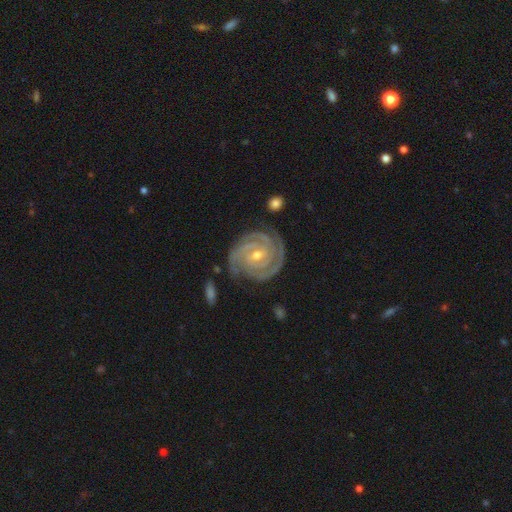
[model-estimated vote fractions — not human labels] Smooth or featured? featured or disk (92%)
Edge-on disk? no (98%)
Bar? no (41%)
Spiral arms? yes (99%)
Spiral winding? tight (85%)
Spiral arm count? 2 (36%)
Bulge size? small (54%)
Merging? none (78%)